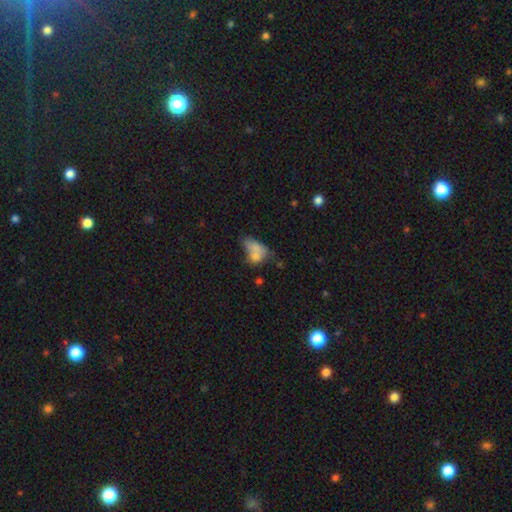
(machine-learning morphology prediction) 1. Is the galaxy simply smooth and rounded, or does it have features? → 71% smooth, 18% featured or disk, 11% star or artifact.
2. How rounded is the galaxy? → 75% in between, 20% round, 5% cigar-shaped.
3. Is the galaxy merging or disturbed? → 52% merger, 24% none, 14% minor disturbance, 11% major disturbance.